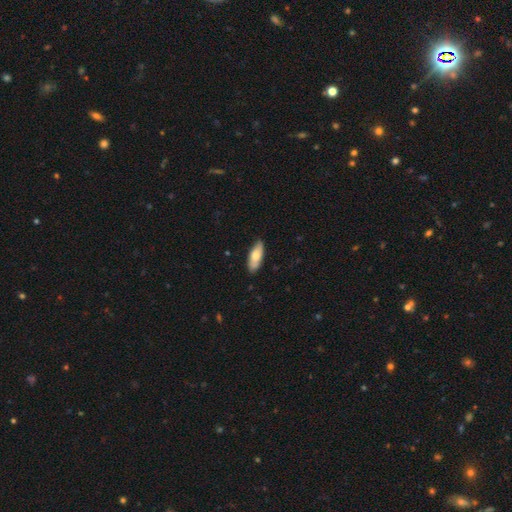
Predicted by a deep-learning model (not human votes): The model was most divided on "how rounded": in between: 72%, cigar-shaped: 26%, round: 2%. More confident: merging — none (85%); smooth or featured — smooth (71%).